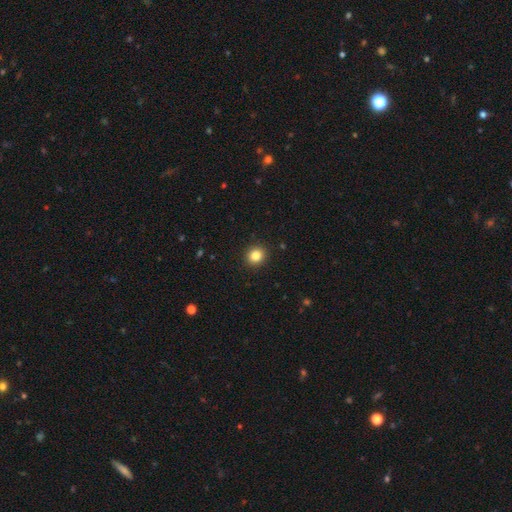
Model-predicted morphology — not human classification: smooth_or_featured: smooth (p=0.84) [alt: star or artifact p=0.11]
how_rounded: round (p=0.84) [alt: in between p=0.15]
merging: none (p=0.92) [alt: minor disturbance p=0.05]